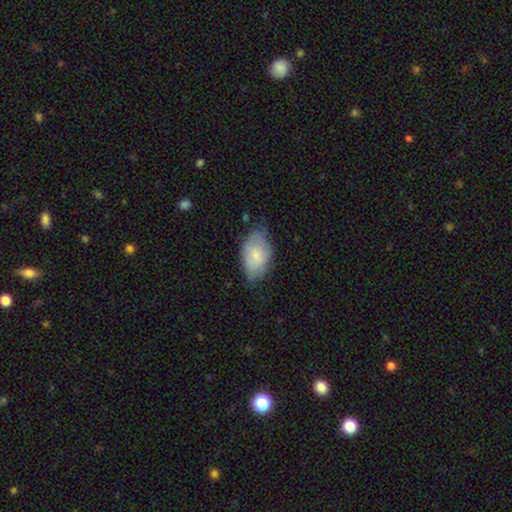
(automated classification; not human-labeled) Smooth or featured?
  - smooth: 72% *
  - featured or disk: 22%
  - star or artifact: 7%
How rounded?
  - in between: 91% *
  - round: 7%
  - cigar-shaped: 2%
Merging?
  - none: 55% *
  - minor disturbance: 34%
  - major disturbance: 8%
  - merger: 2%